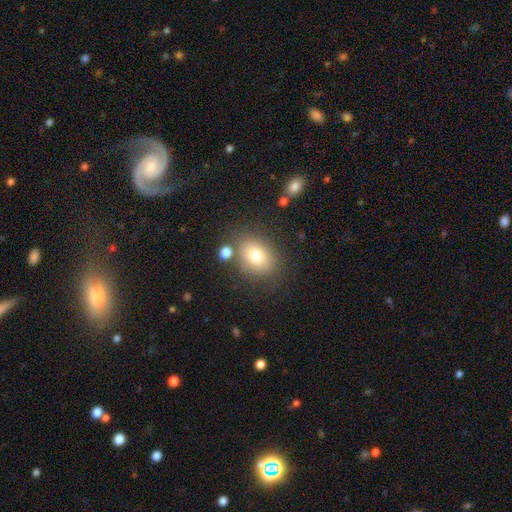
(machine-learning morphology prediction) A smooth galaxy with no disk features (76%) that is in between round and cigar-shaped (64%). Merging: none (76%).